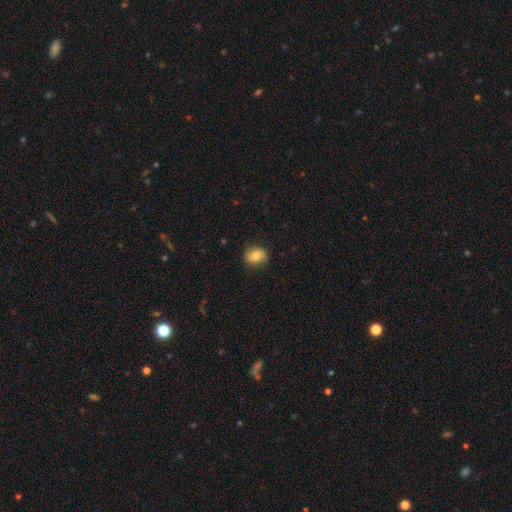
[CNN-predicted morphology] smooth_or_featured: smooth (p=0.74) [alt: featured or disk p=0.18]
how_rounded: round (p=0.61) [alt: in between p=0.37]
merging: none (p=0.83) [alt: minor disturbance p=0.13]